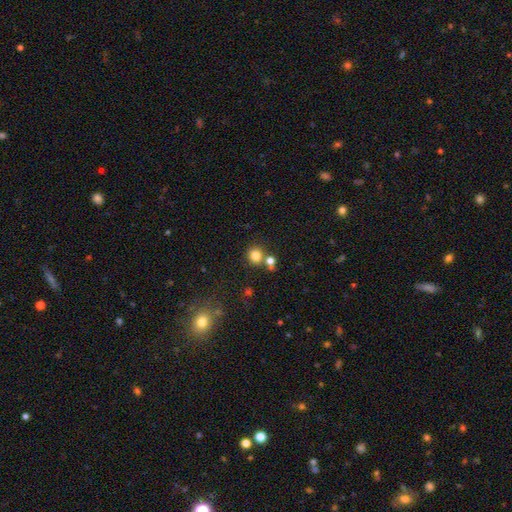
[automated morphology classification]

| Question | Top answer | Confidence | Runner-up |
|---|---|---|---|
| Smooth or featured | smooth | 80% | star or artifact (13%) |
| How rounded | round | 88% | in between (11%) |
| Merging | none | 69% | merger (20%) |